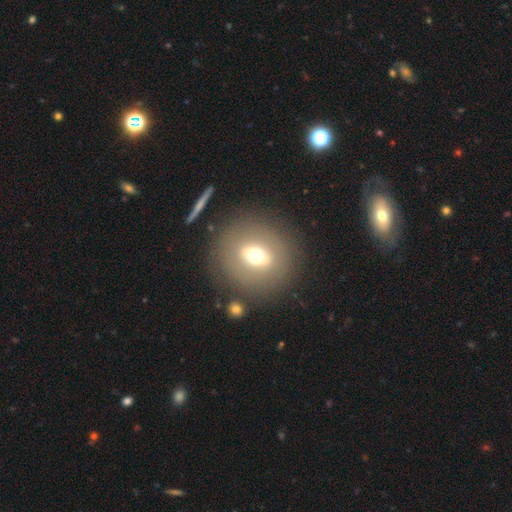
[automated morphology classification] smooth 54%, featured or disk 33%, star or artifact 13%. Down the decision tree: how rounded — round (81%); merging — none (83%).